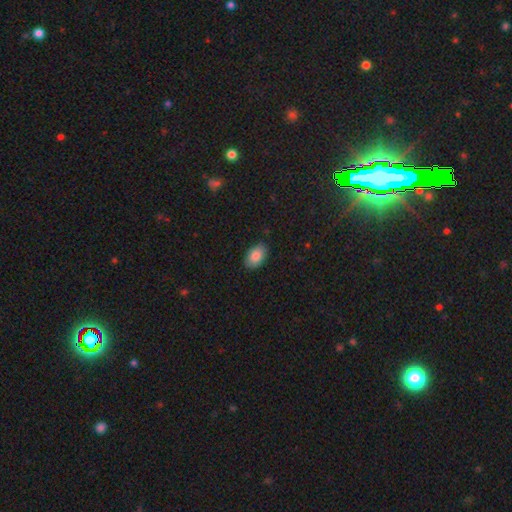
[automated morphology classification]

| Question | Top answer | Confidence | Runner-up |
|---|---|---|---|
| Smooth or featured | smooth | 87% | star or artifact (7%) |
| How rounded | in between | 92% | round (6%) |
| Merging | none | 87% | minor disturbance (10%) |